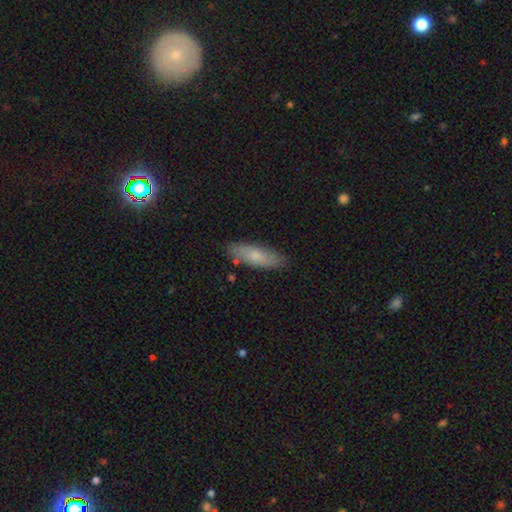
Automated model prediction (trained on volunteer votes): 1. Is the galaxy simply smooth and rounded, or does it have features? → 74% smooth, 20% featured or disk, 6% star or artifact.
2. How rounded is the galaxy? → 51% in between, 47% cigar-shaped, 2% round.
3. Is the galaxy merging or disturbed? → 83% none, 13% minor disturbance, 2% major disturbance, 2% merger.